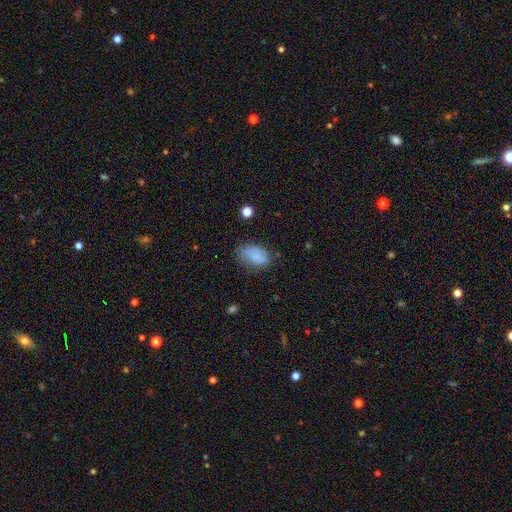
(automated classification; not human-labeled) Smooth or featured? smooth (76%)
How rounded? in between (91%)
Merging? none (60%)